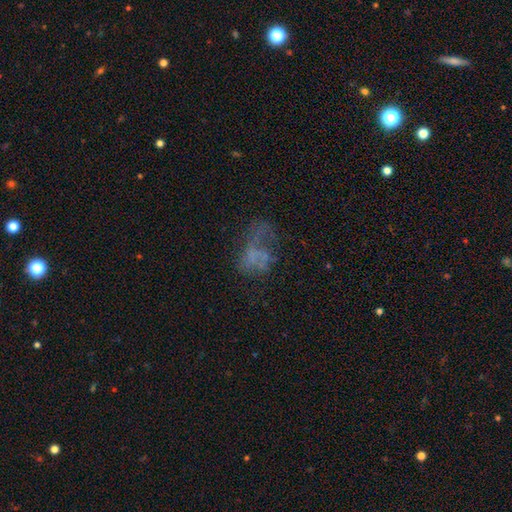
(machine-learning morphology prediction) Overall: featured or disk (49%; smooth 30%). Merging: major disturbance (43%; none 32%).